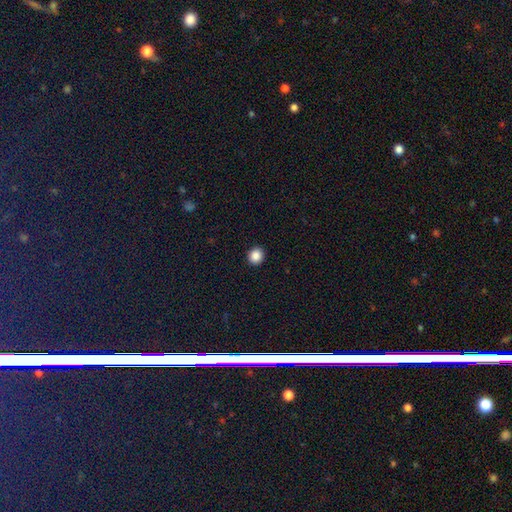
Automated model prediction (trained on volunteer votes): Smooth or featured: smooth — 88% (star or artifact — 10%)
How rounded: round — 87% (in between — 12%)
Merging: none — 93% (minor disturbance — 5%)